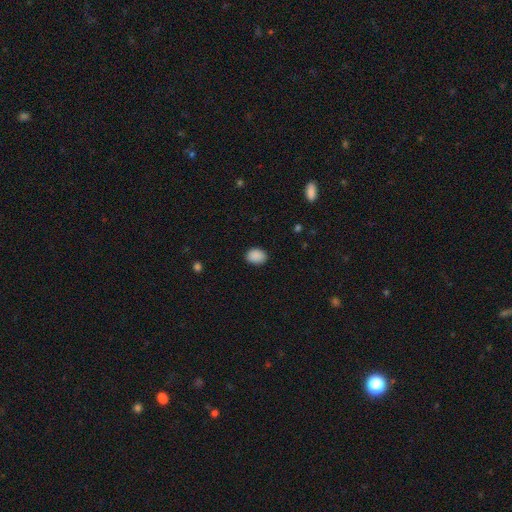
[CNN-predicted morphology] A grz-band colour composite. It shows a smooth galaxy with no disk features (90%) that is in between round and cigar-shaped (66%). Merging: none (87%).